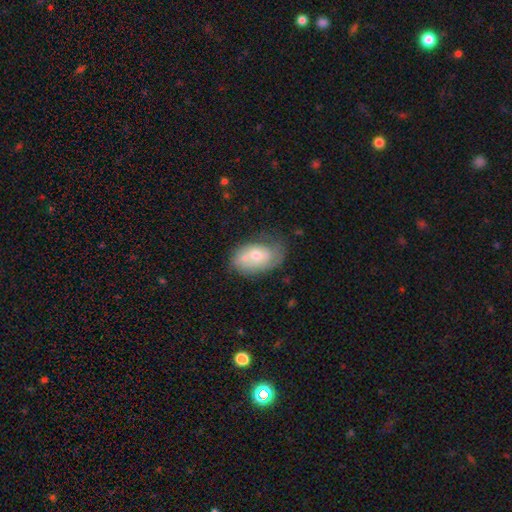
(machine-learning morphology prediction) Q: Smooth or featured?
A: smooth (57%); runner-up: featured or disk (36%)
Q: How rounded?
A: in between (87%); runner-up: round (11%)
Q: Merging?
A: none (37%); runner-up: merger (26%)